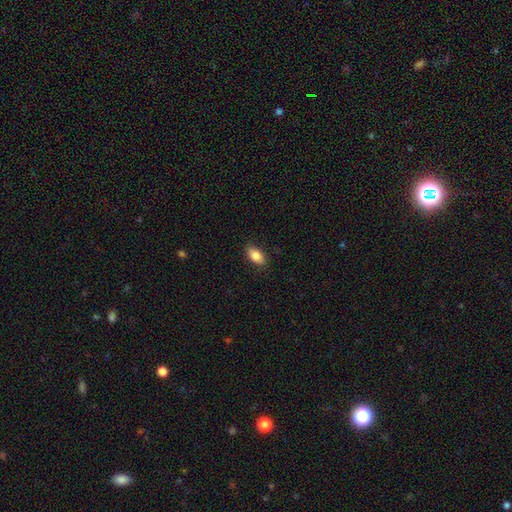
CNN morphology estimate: smooth-or-featured: smooth: 84% | featured or disk: 9% | star or artifact: 7%
  how-rounded: in between: 90% | cigar-shaped: 5% | round: 5%
  merging: none: 86% | minor disturbance: 11% | major disturbance: 2% | merger: 1%